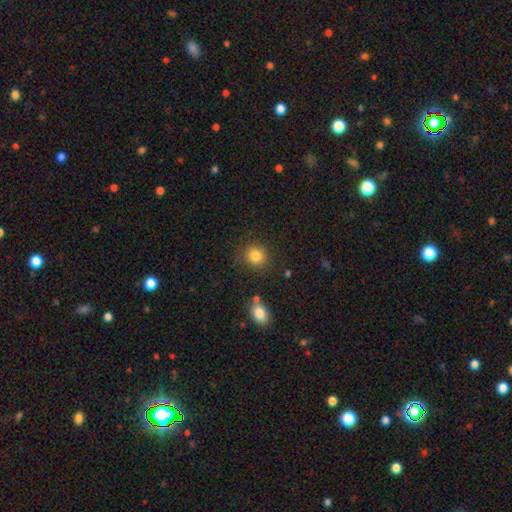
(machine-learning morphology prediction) The model was most divided on "merging": none: 83%, minor disturbance: 10%, merger: 4%, major disturbance: 4%. More confident: how rounded — round (88%); smooth or featured — smooth (84%).